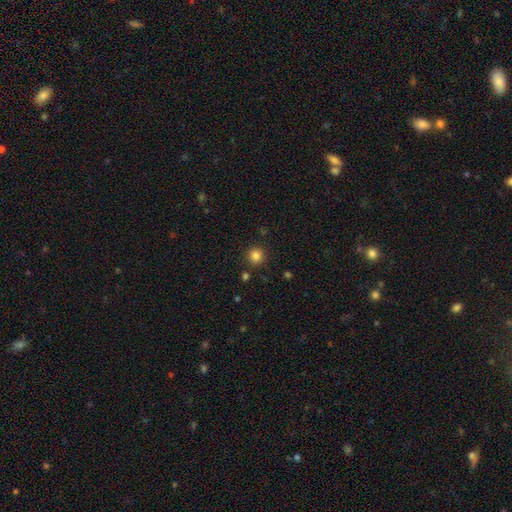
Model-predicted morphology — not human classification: This appears to be a smooth galaxy with no disk features (83%) that is round (94%). Merging: none (89%).